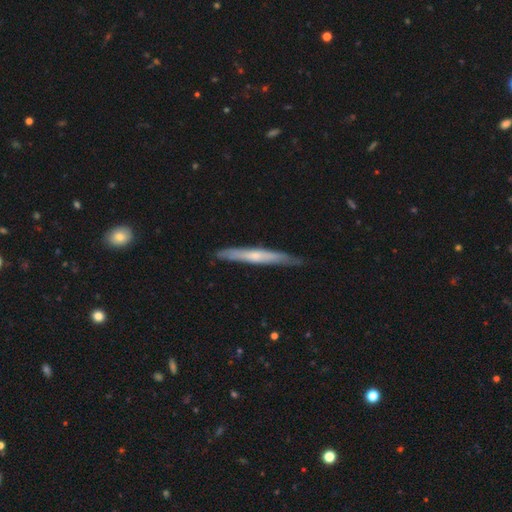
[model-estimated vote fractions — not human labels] Overall: featured or disk (53%; smooth 42%). Edge-on disk: yes (92%). Merging: none (83%).